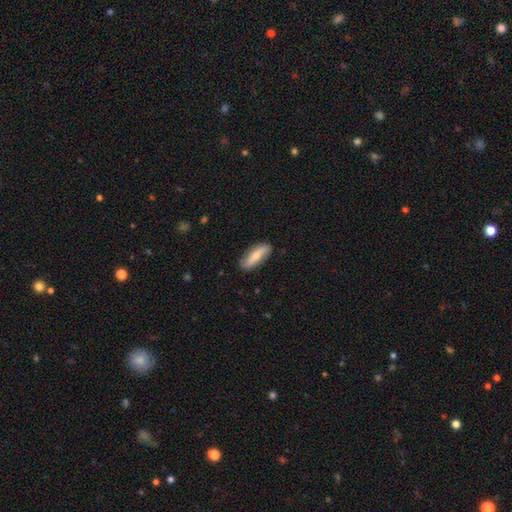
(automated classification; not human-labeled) This appears to be a smooth galaxy with no disk features (60%) that is in between round and cigar-shaped (57%). Merging: none (84%).